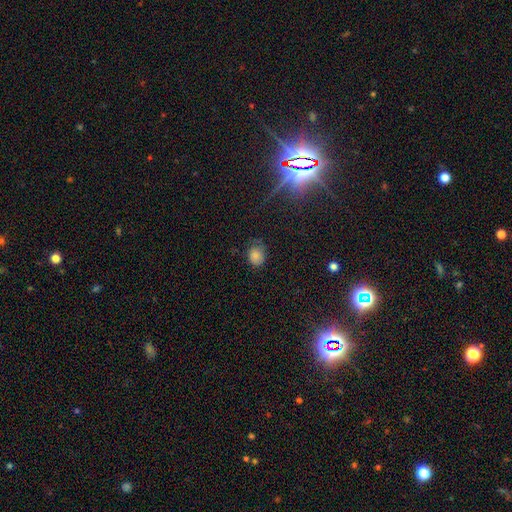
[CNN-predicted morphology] smooth-or-featured: smooth: 78% | star or artifact: 13% | featured or disk: 9%
  how-rounded: round: 58% | in between: 41% | cigar-shaped: 1%
  merging: none: 59% | minor disturbance: 29% | major disturbance: 10% | merger: 2%